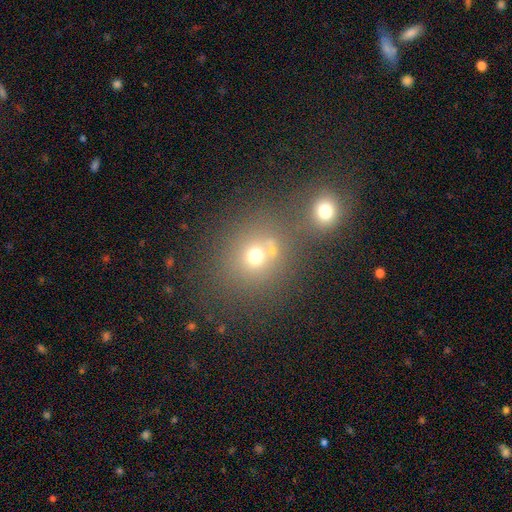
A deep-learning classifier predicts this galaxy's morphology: Smooth or featured: smooth — 65% (star or artifact — 21%)
How rounded: round — 77% (in between — 22%)
Merging: none — 55% (merger — 29%)